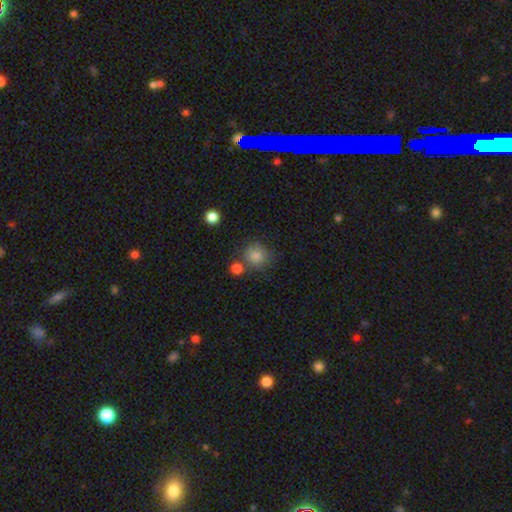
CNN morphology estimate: Smooth or featured? Predicted: smooth (p=0.83). How rounded? Predicted: round (p=0.87). Merging? Predicted: none (p=0.72).